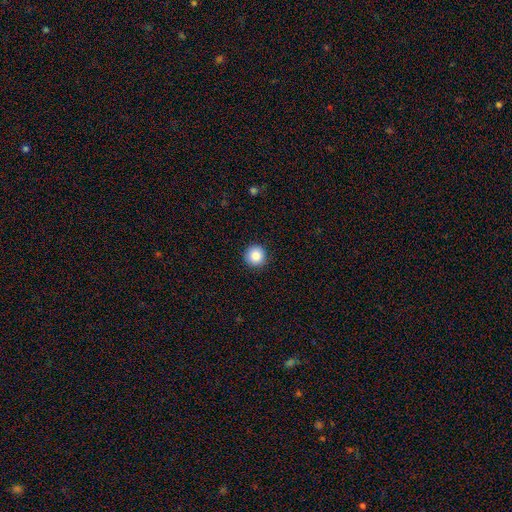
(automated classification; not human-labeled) Smooth or featured? Predicted: smooth (p=0.87). How rounded? Predicted: round (p=0.96). Merging? Predicted: none (p=0.92).